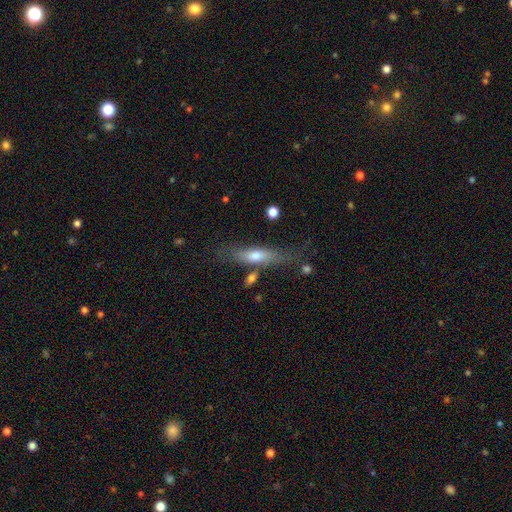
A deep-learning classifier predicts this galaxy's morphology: smooth_or_featured: smooth (p=0.57) [alt: featured or disk p=0.36]
how_rounded: cigar-shaped (p=0.64) [alt: in between p=0.33]
merging: none (p=0.62) [alt: minor disturbance p=0.21]